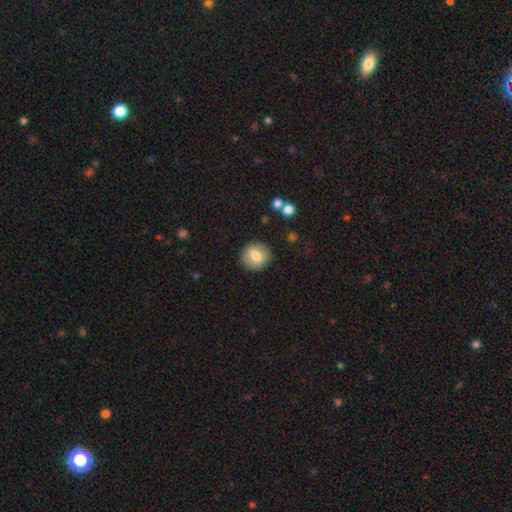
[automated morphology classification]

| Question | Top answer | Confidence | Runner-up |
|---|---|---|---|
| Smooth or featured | smooth | 77% | featured or disk (16%) |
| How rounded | round | 89% | in between (10%) |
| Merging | none | 89% | minor disturbance (8%) |